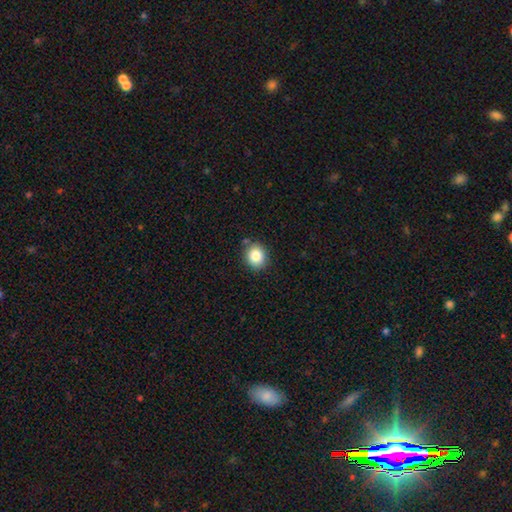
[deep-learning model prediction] smooth_or_featured: smooth (p=0.84) [alt: star or artifact p=0.10]
how_rounded: round (p=0.71) [alt: in between p=0.28]
merging: none (p=0.84) [alt: minor disturbance p=0.10]